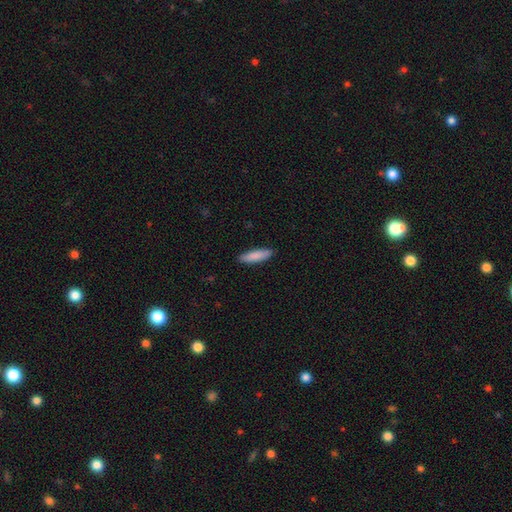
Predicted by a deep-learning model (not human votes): Smooth or featured: smooth — 87% (featured or disk — 8%)
How rounded: cigar-shaped — 69% (in between — 29%)
Merging: none — 89% (minor disturbance — 8%)